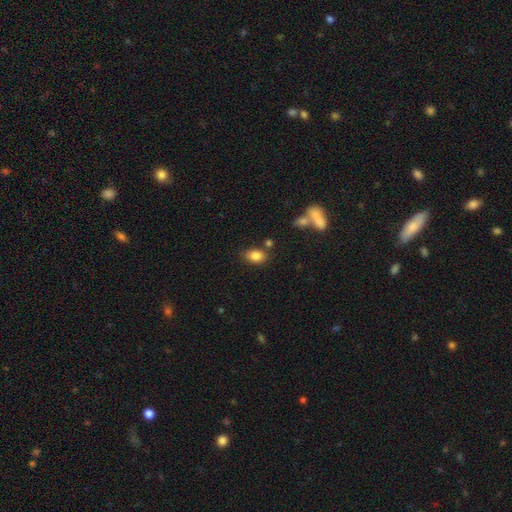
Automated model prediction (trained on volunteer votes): Overall: smooth (84%). How rounded: in between (83%). Merging: none (74%).